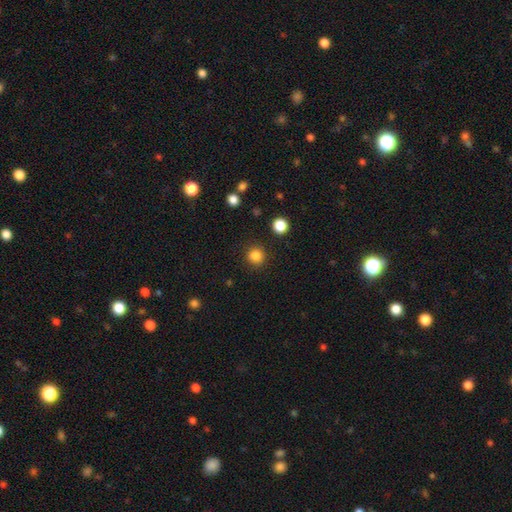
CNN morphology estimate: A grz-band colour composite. It shows a smooth galaxy with no disk features (84%) that is round (91%). Merging: none (89%).